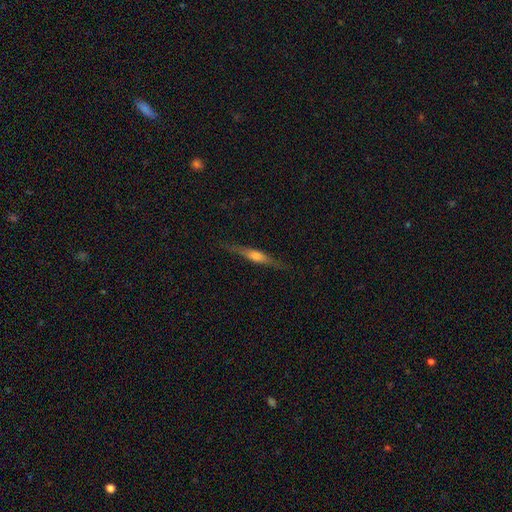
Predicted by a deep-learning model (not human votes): Q: Smooth or featured?
A: featured or disk (70%); runner-up: smooth (24%)
Q: Edge-on disk?
A: yes (97%); runner-up: no (3%)
Q: Edge-on bulge?
A: rounded (79%); runner-up: boxy (14%)
Q: Merging?
A: none (88%); runner-up: minor disturbance (9%)